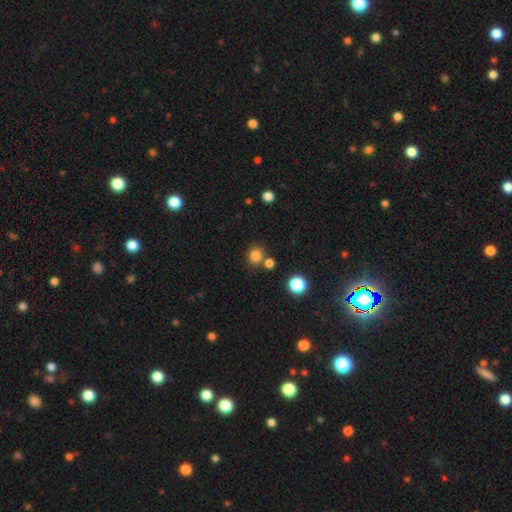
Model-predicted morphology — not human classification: This is clearly a smooth galaxy (81%). How rounded: likely round (74%). Merging: likely none (71%).